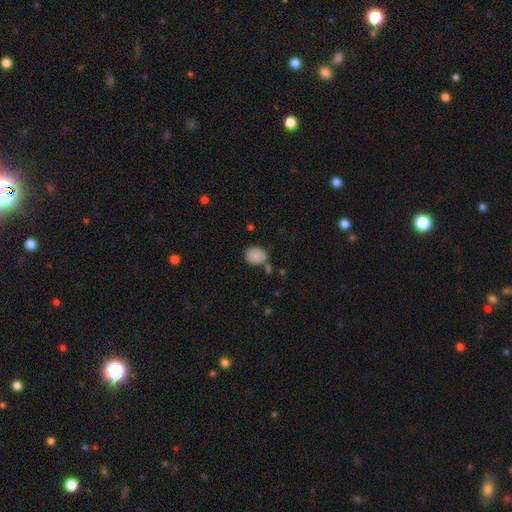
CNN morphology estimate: The model was most divided on "how rounded": in between: 53%, round: 46%, cigar-shaped: 1%. More confident: smooth or featured — smooth (86%); merging — none (65%).